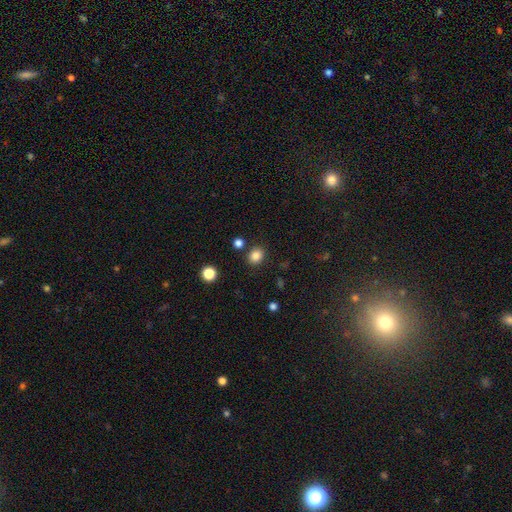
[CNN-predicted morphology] This appears to be a smooth galaxy with no disk features (83%) that is round (65%). Merging: none (85%).